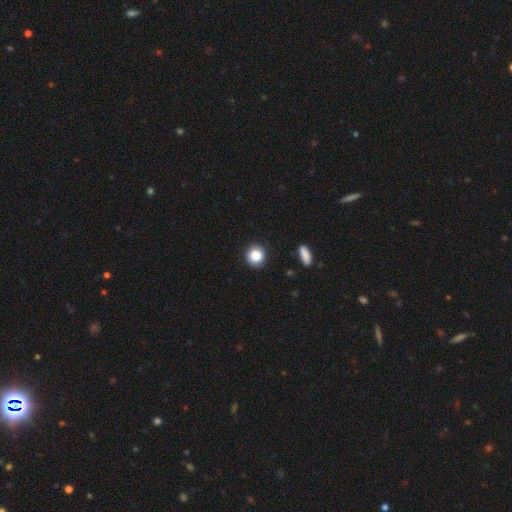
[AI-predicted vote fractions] Smooth or featured? Predicted: smooth (p=0.86). How rounded? Predicted: round (p=0.89). Merging? Predicted: none (p=0.88).